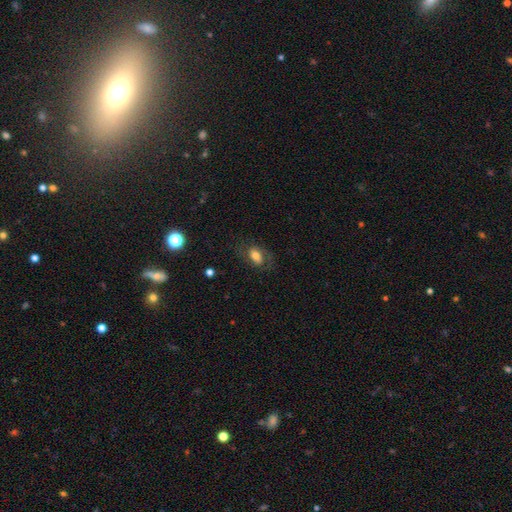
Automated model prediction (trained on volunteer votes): This is likely a smooth galaxy (60%). How rounded: clearly in between (85%). Merging: likely none (68%).